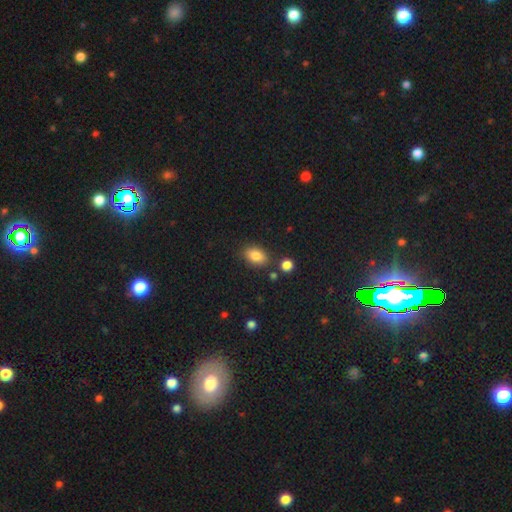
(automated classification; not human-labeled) Q: Smooth or featured?
A: smooth (84%); runner-up: star or artifact (9%)
Q: How rounded?
A: in between (84%); runner-up: round (14%)
Q: Merging?
A: none (78%); runner-up: minor disturbance (12%)